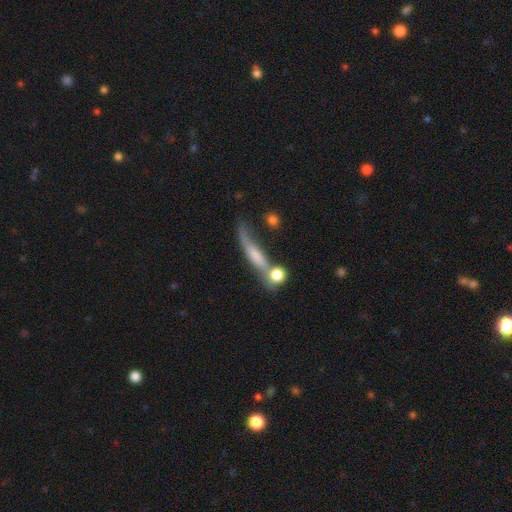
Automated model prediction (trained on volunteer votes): smooth_or_featured: smooth (p=0.45) [alt: featured or disk p=0.44]
merging: none (p=0.39) [alt: merger p=0.25]